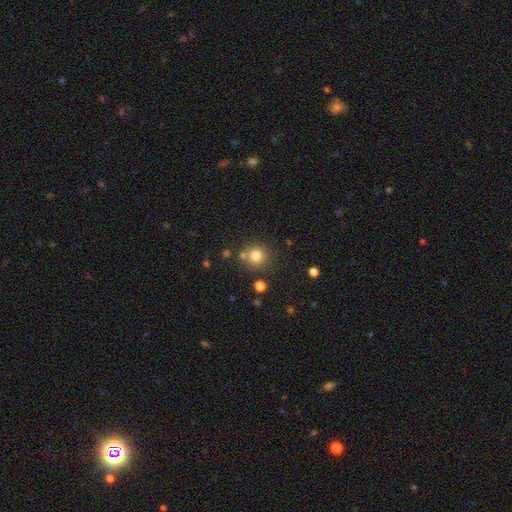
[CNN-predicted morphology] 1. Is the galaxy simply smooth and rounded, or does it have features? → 80% smooth, 13% star or artifact, 7% featured or disk.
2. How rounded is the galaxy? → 92% round, 7% in between, 1% cigar-shaped.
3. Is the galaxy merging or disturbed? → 77% none, 11% merger, 9% minor disturbance, 3% major disturbance.